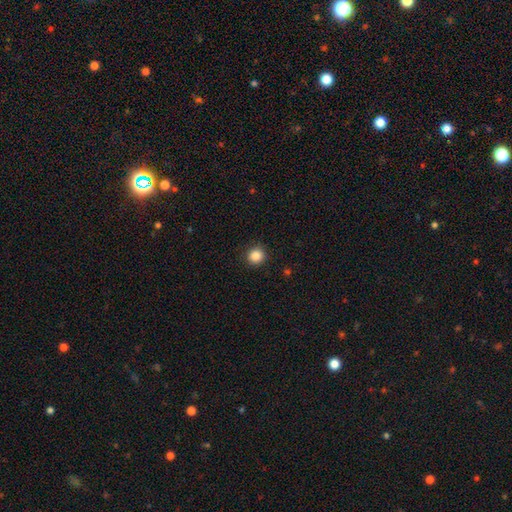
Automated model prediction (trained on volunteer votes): The model was most divided on "smooth or featured": smooth: 87%, star or artifact: 10%, featured or disk: 3%. More confident: how rounded — round (92%); merging — none (91%).